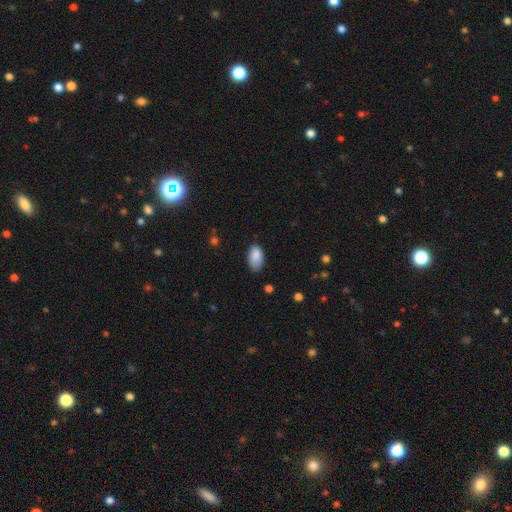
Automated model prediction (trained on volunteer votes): Smooth or featured? smooth (87%)
How rounded? in between (94%)
Merging? none (68%)